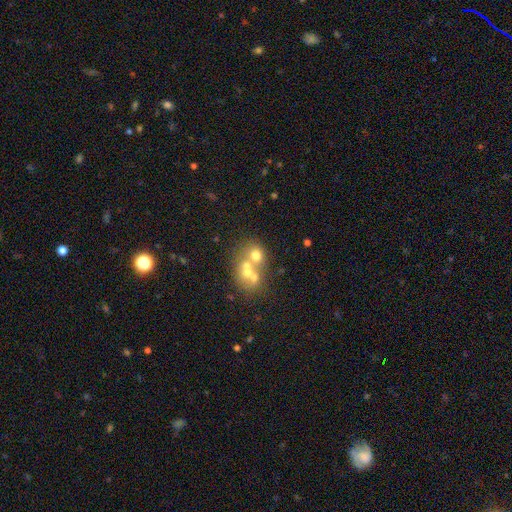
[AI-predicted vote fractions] This is possibly a smooth galaxy (54%). How rounded: likely round (69%). Merging: possibly merger (58%).